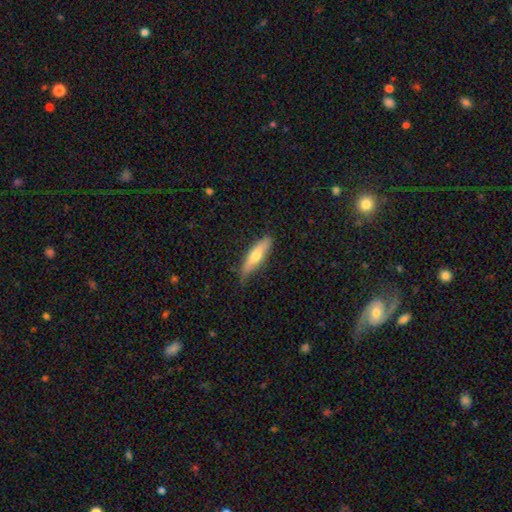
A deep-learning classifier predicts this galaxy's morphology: Smooth or featured? Predicted: smooth (p=0.56). How rounded? Predicted: cigar-shaped (p=0.70). Merging? Predicted: none (p=0.72).